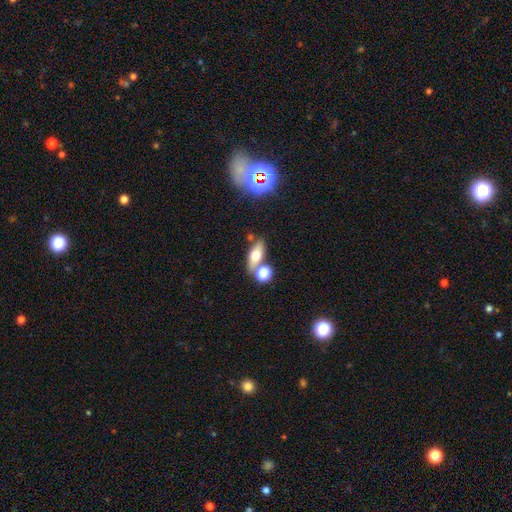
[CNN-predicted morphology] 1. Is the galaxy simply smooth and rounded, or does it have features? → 60% smooth, 29% featured or disk, 11% star or artifact.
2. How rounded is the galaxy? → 64% in between, 24% cigar-shaped, 11% round.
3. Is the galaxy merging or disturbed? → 60% none, 25% merger, 11% minor disturbance, 4% major disturbance.